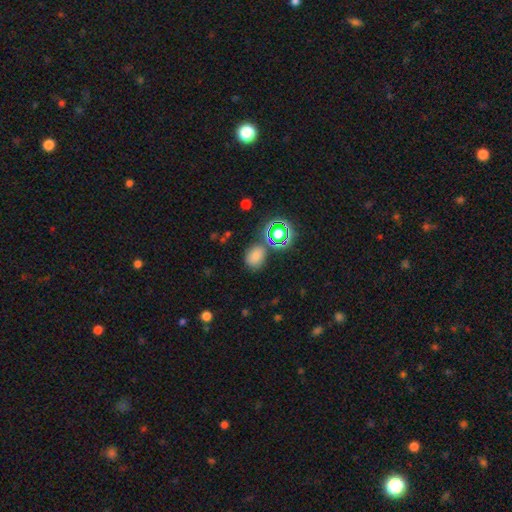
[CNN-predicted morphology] smooth 68%, star or artifact 25%, featured or disk 7%. Down the decision tree: how rounded — in between (57%); merging — none (71%).